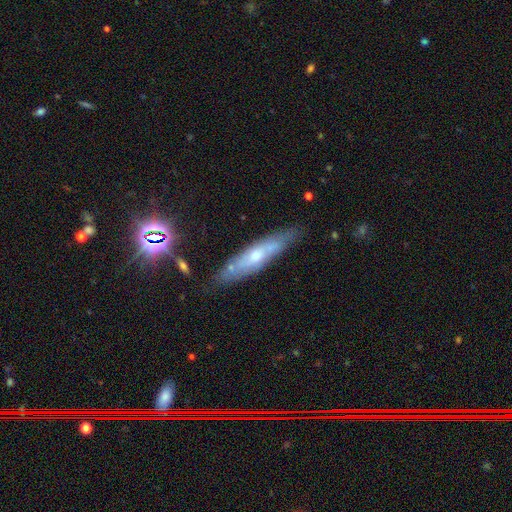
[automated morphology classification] Smooth or featured?
  - featured or disk: 57% *
  - smooth: 33%
  - star or artifact: 10%
Edge-on disk?
  - yes: 58% *
  - no: 42%
Merging?
  - none: 77% *
  - minor disturbance: 16%
  - major disturbance: 3%
  - merger: 3%